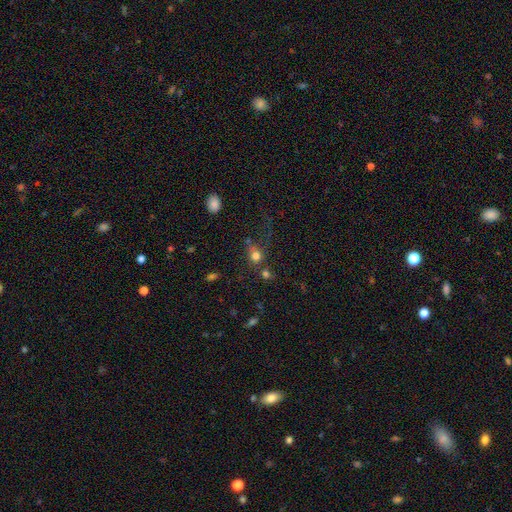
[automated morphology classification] smooth 74%, star or artifact 17%, featured or disk 10%. Down the decision tree: how rounded — round (80%); merging — none (51%).